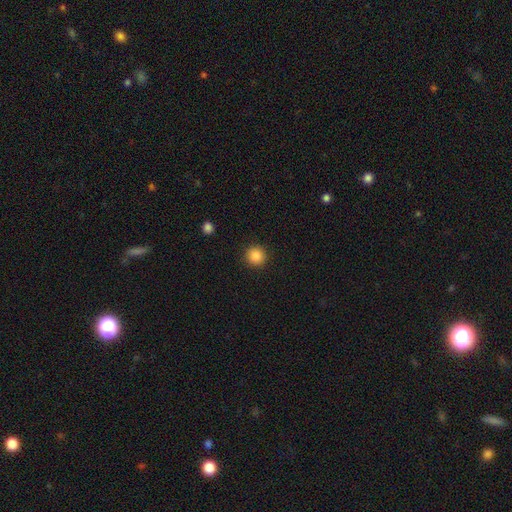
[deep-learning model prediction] This appears to be a smooth galaxy with no disk features (86%) that is round (95%). Merging: none (92%).